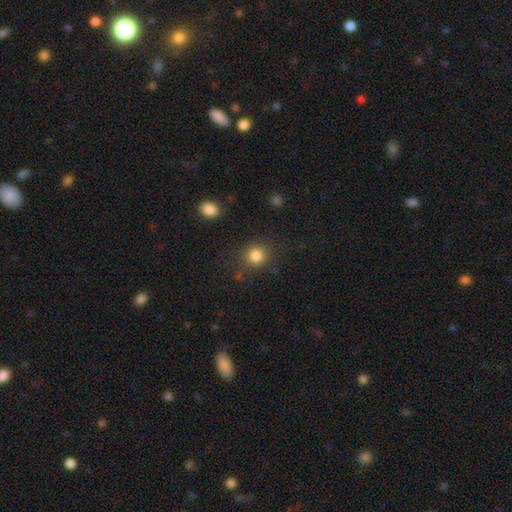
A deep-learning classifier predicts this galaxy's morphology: Overall: smooth (84%). How rounded: round (86%). Merging: none (80%).